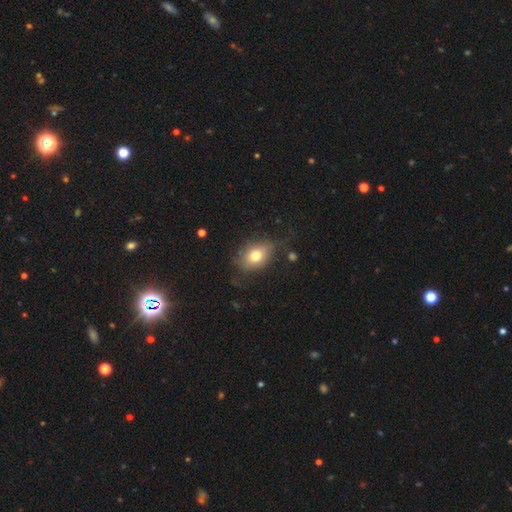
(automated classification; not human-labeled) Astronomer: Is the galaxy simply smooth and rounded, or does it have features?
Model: smooth — 75%.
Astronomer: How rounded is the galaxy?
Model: in between — 74%.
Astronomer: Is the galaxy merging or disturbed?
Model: none — 65%.